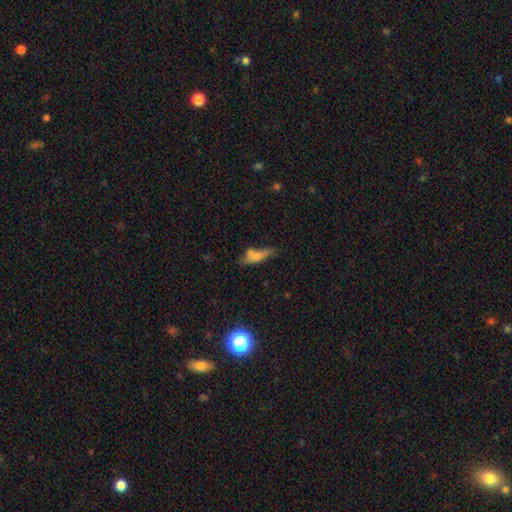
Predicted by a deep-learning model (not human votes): Overall: smooth (60%; featured or disk 29%). How rounded: cigar-shaped (54%; in between 42%). Merging: none (45%; merger 22%).